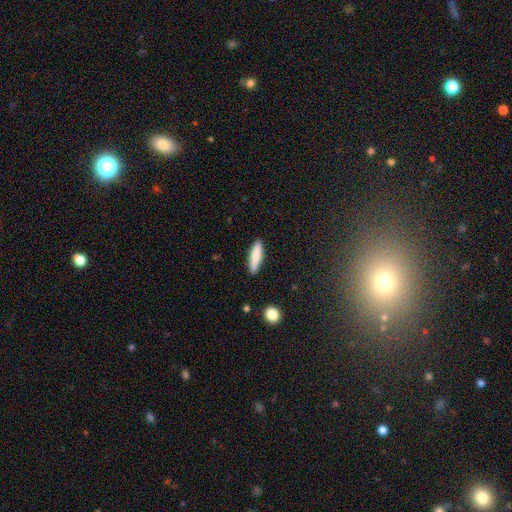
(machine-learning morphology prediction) type=smooth (77%); roundness=cigar-shaped (78%); merging=none (88%).